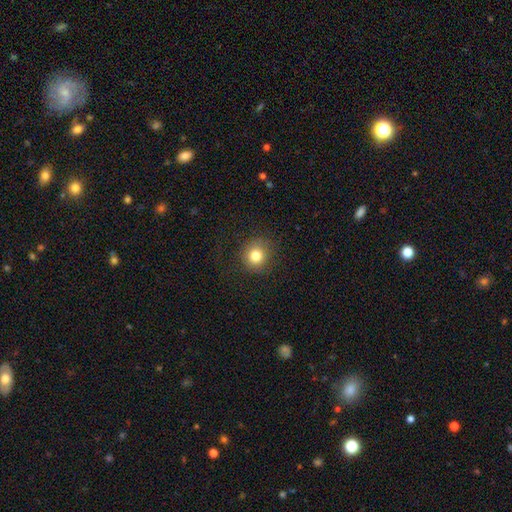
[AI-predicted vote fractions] Overall: smooth (80%). How rounded: round (90%). Merging: none (86%).